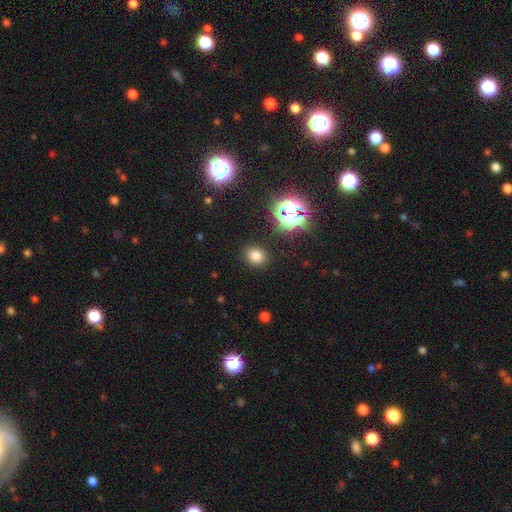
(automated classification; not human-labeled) Overall: smooth (75%). How rounded: round (59%; in between 40%). Merging: none (88%).